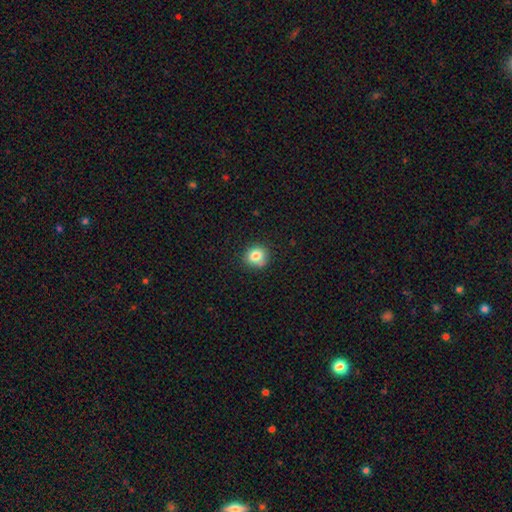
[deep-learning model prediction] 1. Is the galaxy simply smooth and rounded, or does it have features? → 82% smooth, 11% star or artifact, 8% featured or disk.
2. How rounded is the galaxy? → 85% round, 14% in between, 1% cigar-shaped.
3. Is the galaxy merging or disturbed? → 79% none, 15% minor disturbance, 3% major disturbance, 3% merger.